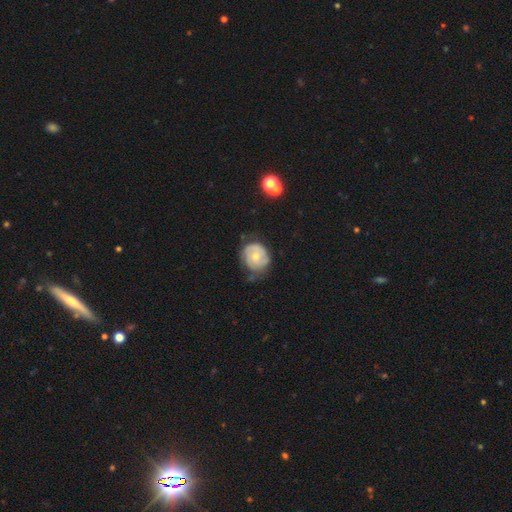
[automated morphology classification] This is possibly a featured or disk galaxy (60%). It is clearly not viewed edge-on (97%). Bar: likely no (76%). Spiral arm pattern: likely yes (74%). Central bulge: possibly moderate (54%). Merging: possibly none (50%).